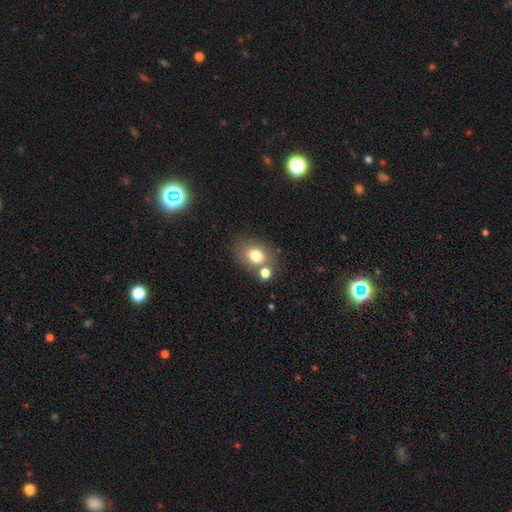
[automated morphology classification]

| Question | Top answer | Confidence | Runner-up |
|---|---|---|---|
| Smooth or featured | smooth | 76% | featured or disk (12%) |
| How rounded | in between | 54% | round (45%) |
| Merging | none | 62% | merger (20%) |